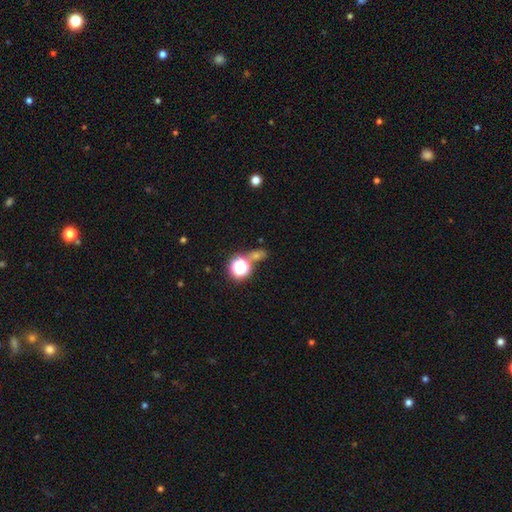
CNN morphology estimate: Overall: star or artifact (55%; smooth 36%).